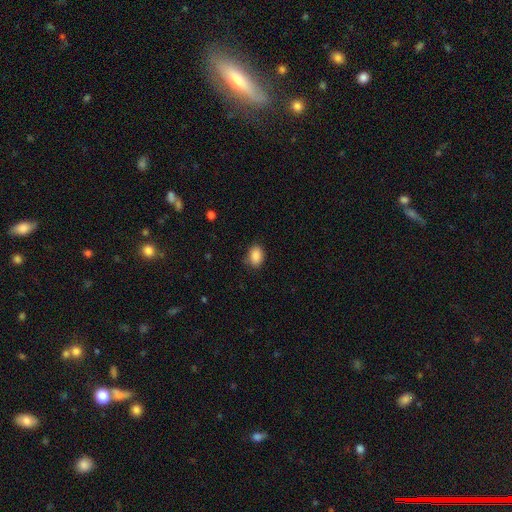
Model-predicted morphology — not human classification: This is clearly a smooth galaxy (88%). How rounded: likely in between (76%). Merging: clearly none (81%).